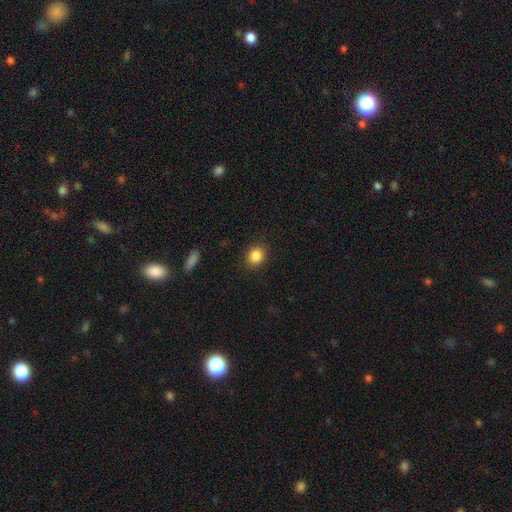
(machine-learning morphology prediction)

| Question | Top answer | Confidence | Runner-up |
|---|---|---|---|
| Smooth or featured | smooth | 87% | star or artifact (9%) |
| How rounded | round | 64% | in between (35%) |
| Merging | none | 89% | minor disturbance (8%) |